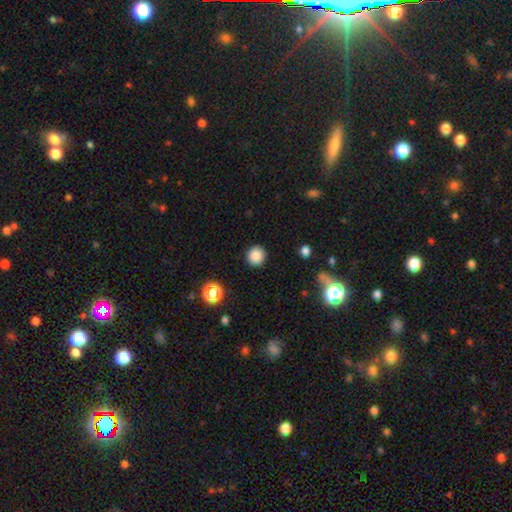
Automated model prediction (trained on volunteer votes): Smooth or featured? Predicted: smooth (p=0.86). How rounded? Predicted: round (p=0.92). Merging? Predicted: none (p=0.91).